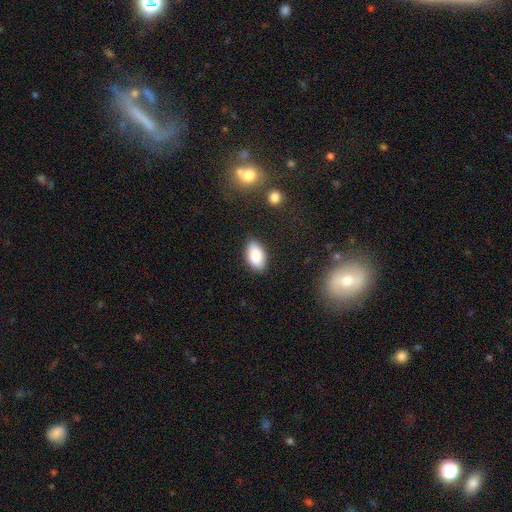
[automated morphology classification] Q: Smooth or featured?
A: smooth (86%); runner-up: star or artifact (7%)
Q: How rounded?
A: in between (93%); runner-up: round (5%)
Q: Merging?
A: none (84%); runner-up: minor disturbance (12%)